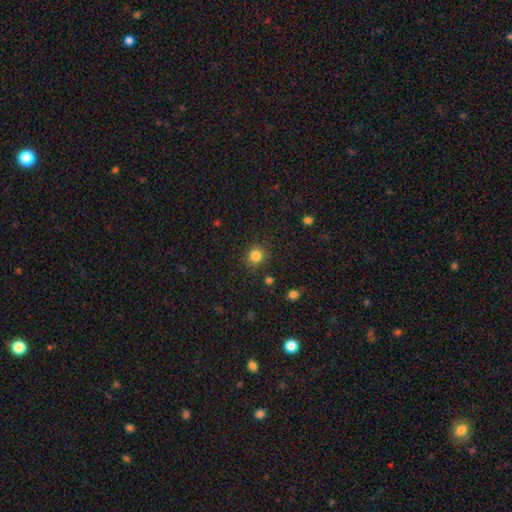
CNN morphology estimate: Smooth or featured?
  - smooth: 83% *
  - star or artifact: 12%
  - featured or disk: 4%
How rounded?
  - round: 89% *
  - in between: 10%
  - cigar-shaped: 1%
Merging?
  - none: 89% *
  - minor disturbance: 7%
  - major disturbance: 3%
  - merger: 2%